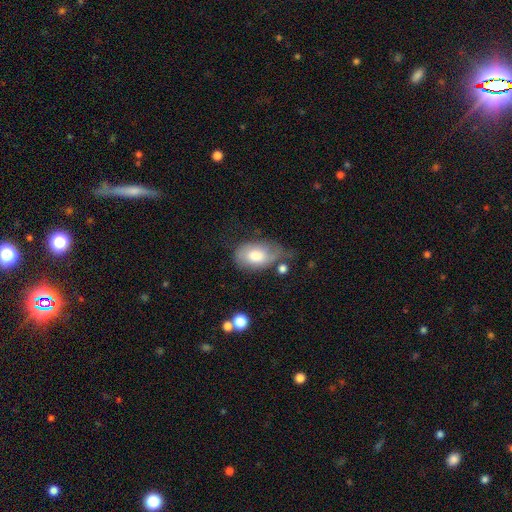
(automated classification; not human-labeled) The model was most divided on "merging": minor disturbance: 38%, none: 34%, major disturbance: 21%, merger: 7%. More confident: how rounded — in between (90%); smooth or featured — smooth (70%).